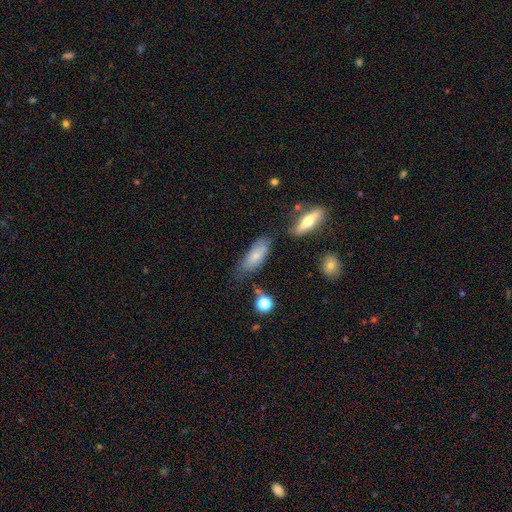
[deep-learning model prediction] Smooth or featured? Predicted: smooth (p=0.74). How rounded? Predicted: in between (p=0.72). Merging? Predicted: none (p=0.63).